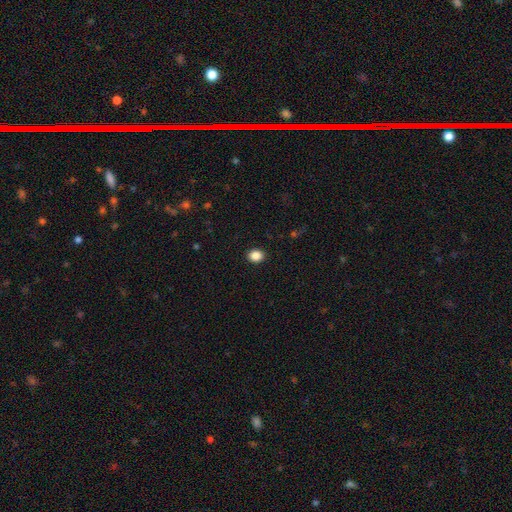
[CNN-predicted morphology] This appears to be a smooth galaxy with no disk features (87%) that is round (59%). Merging: none (91%).